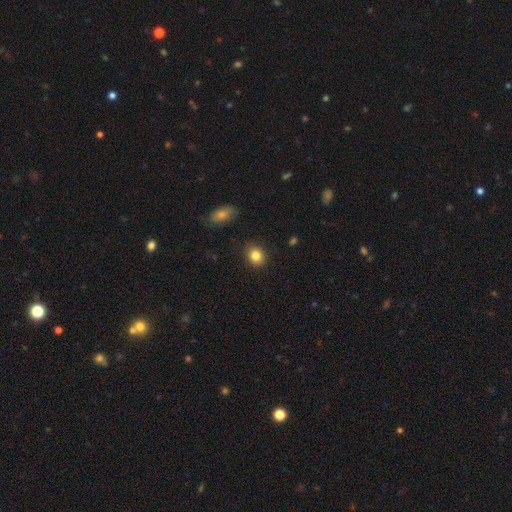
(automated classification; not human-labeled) This appears to be a smooth galaxy with no disk features (84%) that is round (70%). Merging: none (89%).